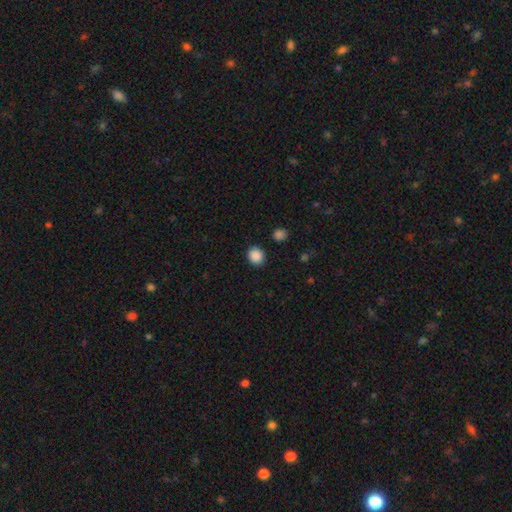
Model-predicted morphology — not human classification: This is clearly a smooth galaxy (88%). How rounded: likely round (78%). Merging: clearly none (89%).